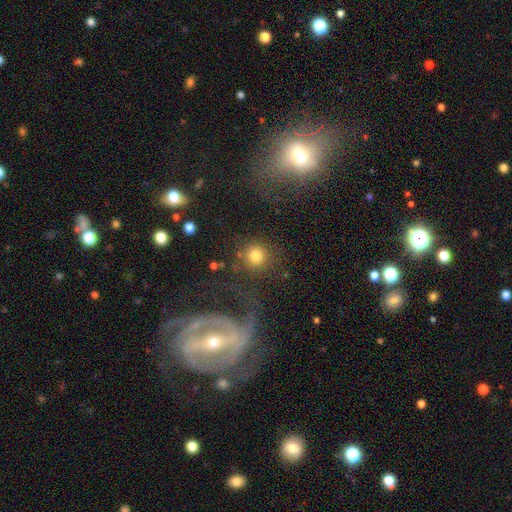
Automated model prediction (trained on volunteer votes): The model was most divided on "merging": none: 68%, major disturbance: 12%, minor disturbance: 11%, merger: 9%. More confident: how rounded — round (91%); smooth or featured — smooth (75%).